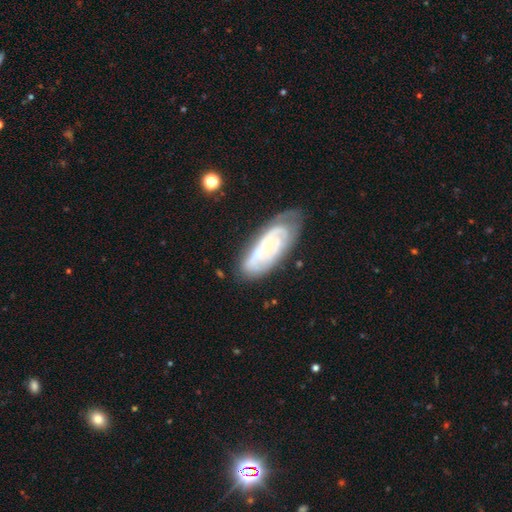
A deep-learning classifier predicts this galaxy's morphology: This appears to be a featured or disk galaxy (75%) with no bar (75%), tight (65%) spiral arms (84%) and a small central bulge (61%). Merging: none (59%).